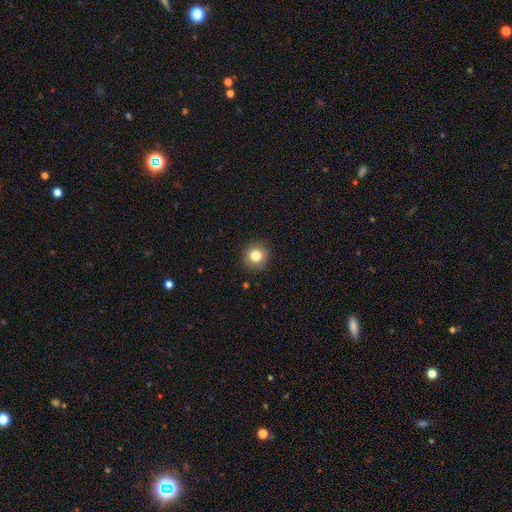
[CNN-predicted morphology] smooth_or_featured: smooth (p=0.82) [alt: star or artifact p=0.11]
how_rounded: round (p=0.92) [alt: in between p=0.07]
merging: none (p=0.91) [alt: minor disturbance p=0.06]